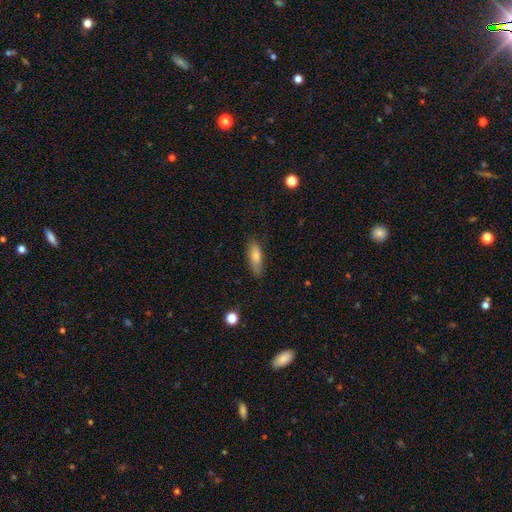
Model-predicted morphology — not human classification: A smooth galaxy with no disk features (73%) that is in between round and cigar-shaped (55%). Merging: none (80%).